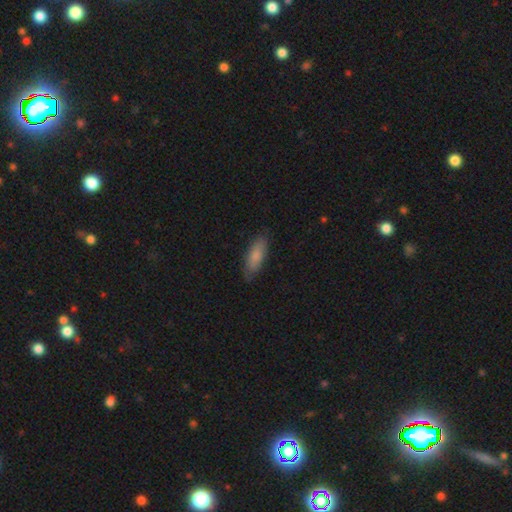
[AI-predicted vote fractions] A smooth galaxy with no disk features (81%) that is in between round and cigar-shaped (63%).

Vote fractions:
- Smooth or featured? smooth: 81% / featured or disk: 14% / star or artifact: 6%
- How rounded? in between: 63% / cigar-shaped: 35% / round: 2%
- Merging? none: 82% / minor disturbance: 15% / major disturbance: 3% / merger: 1%